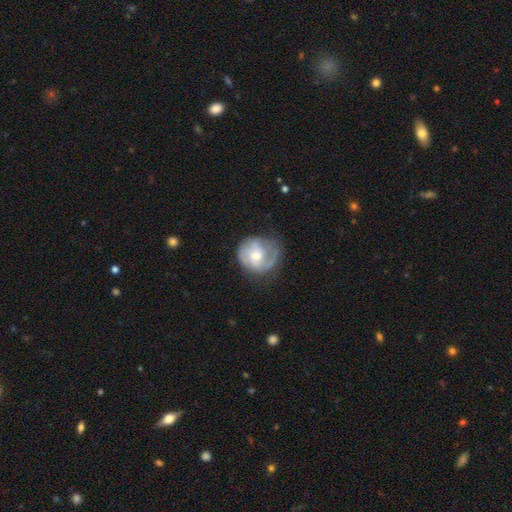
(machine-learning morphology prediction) A featured or disk galaxy (66%) with no bar (63%), 2 (44%) medium (41%) spiral arms (83%) and a moderate central bulge (58%). Merging: none (58%).